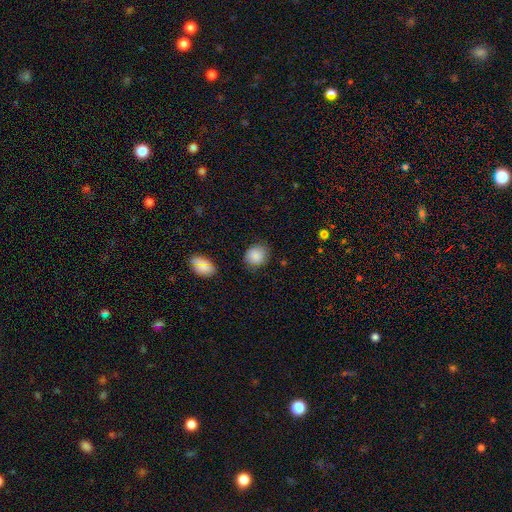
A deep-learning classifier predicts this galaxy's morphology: smooth_or_featured: smooth (p=0.85) [alt: star or artifact p=0.09]
how_rounded: round (p=0.74) [alt: in between p=0.25]
merging: none (p=0.78) [alt: minor disturbance p=0.16]